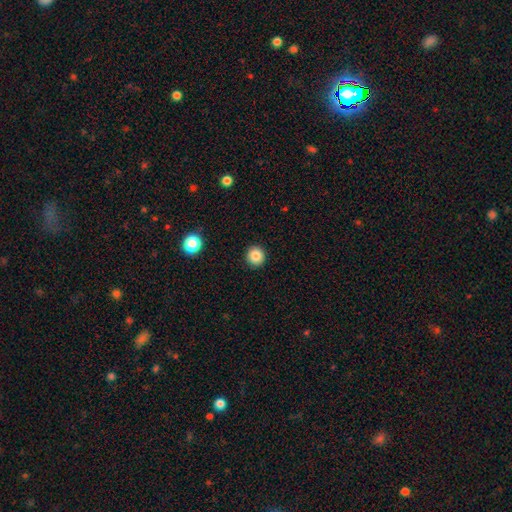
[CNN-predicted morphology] The model was most divided on "smooth or featured": smooth: 85%, star or artifact: 10%, featured or disk: 4%. More confident: how rounded — round (93%); merging — none (92%).